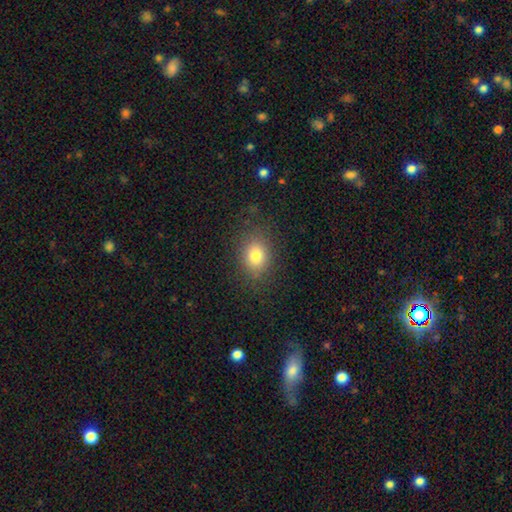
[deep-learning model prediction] smooth 79%, star or artifact 12%, featured or disk 9%. Down the decision tree: how rounded — in between (57%); merging — none (82%).